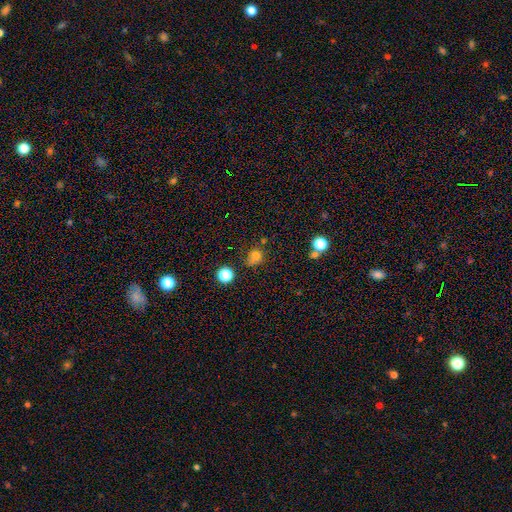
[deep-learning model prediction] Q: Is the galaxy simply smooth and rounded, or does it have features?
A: smooth — 74%.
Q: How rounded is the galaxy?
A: round — 73%.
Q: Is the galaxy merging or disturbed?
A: none — 56%.